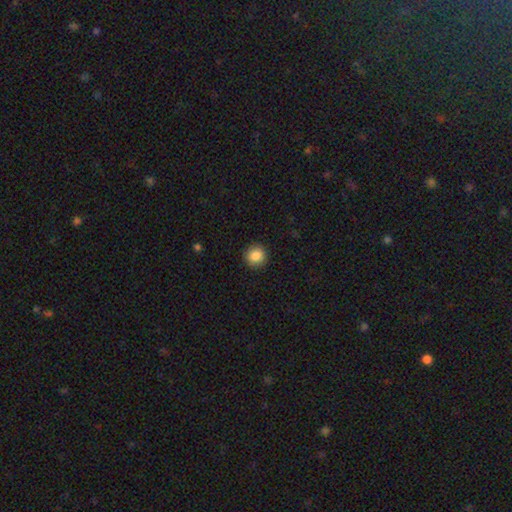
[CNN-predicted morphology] Smooth or featured: smooth — 87% (star or artifact — 9%)
How rounded: round — 92% (in between — 7%)
Merging: none — 92% (minor disturbance — 6%)